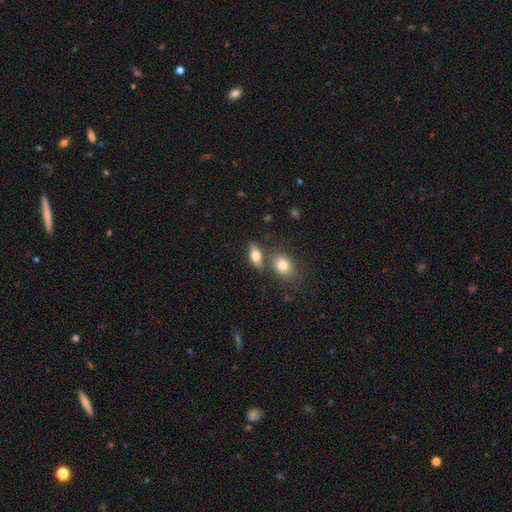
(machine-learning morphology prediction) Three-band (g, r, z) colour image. It shows a smooth galaxy with no disk features (73%) that is in between round and cigar-shaped (80%). Merging: none (62%).